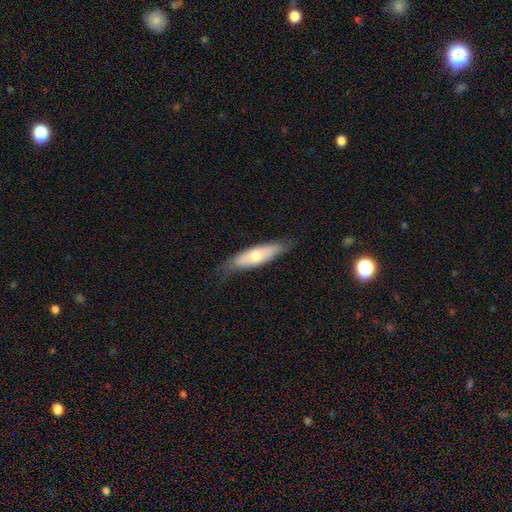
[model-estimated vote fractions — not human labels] smooth_or_featured: smooth (p=0.59) [alt: featured or disk p=0.35]
how_rounded: cigar-shaped (p=0.57) [alt: in between p=0.41]
merging: none (p=0.75) [alt: minor disturbance p=0.19]